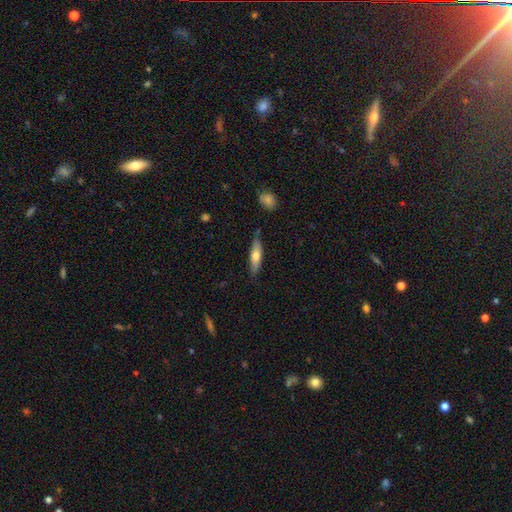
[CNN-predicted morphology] Overall: smooth (61%; featured or disk 34%). How rounded: cigar-shaped (66%; in between 32%). Merging: none (78%).